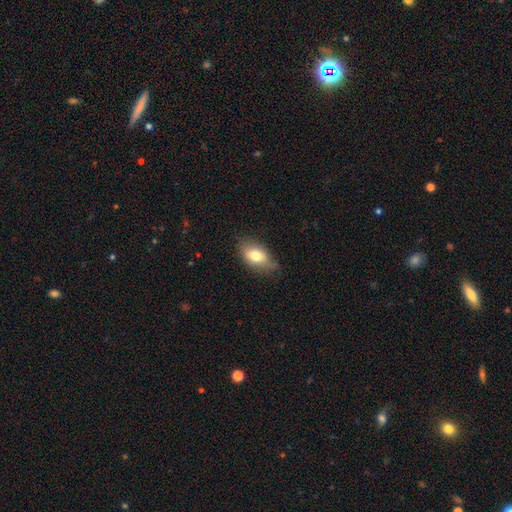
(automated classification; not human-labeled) Morphology: type=smooth (72%); roundness=in between (88%); merging=none (66%).